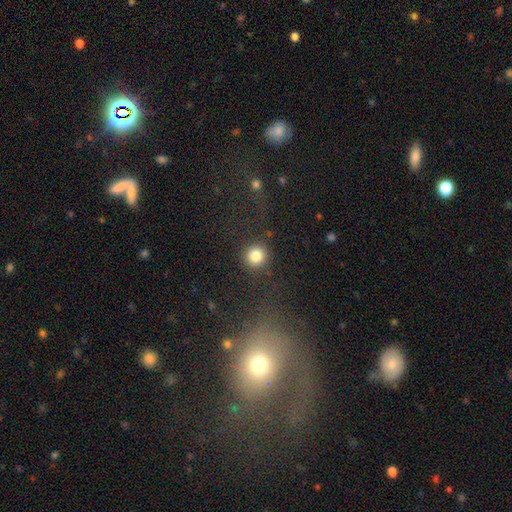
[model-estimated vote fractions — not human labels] Smooth or featured: smooth — 83% (star or artifact — 11%)
How rounded: round — 93% (in between — 6%)
Merging: none — 86% (minor disturbance — 7%)